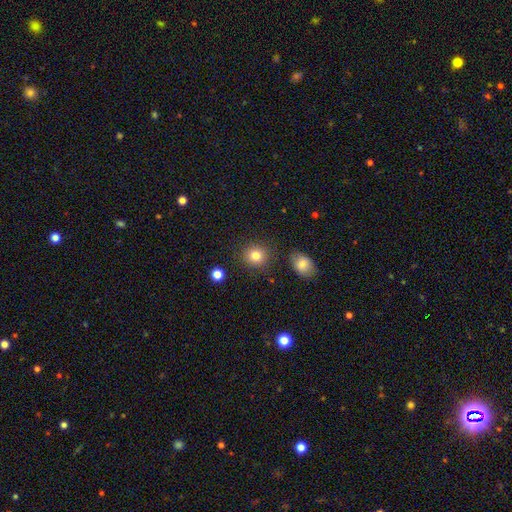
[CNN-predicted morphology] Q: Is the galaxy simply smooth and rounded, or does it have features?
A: smooth — 82%.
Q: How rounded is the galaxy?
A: round — 88%.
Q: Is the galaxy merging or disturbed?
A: none — 87%.